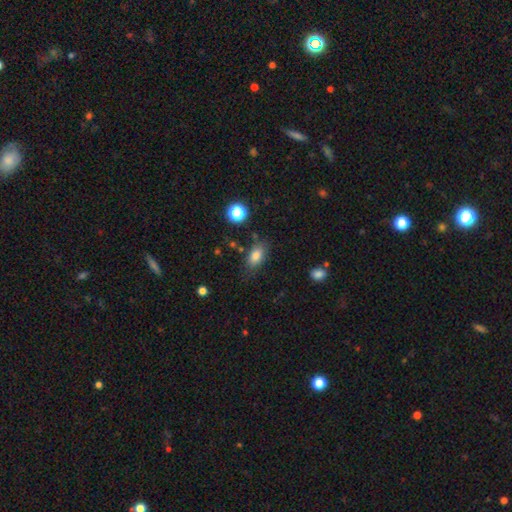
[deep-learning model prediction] The model was most divided on "merging": none: 75%, minor disturbance: 16%, major disturbance: 5%, merger: 4%. More confident: how rounded — in between (86%); smooth or featured — smooth (81%).